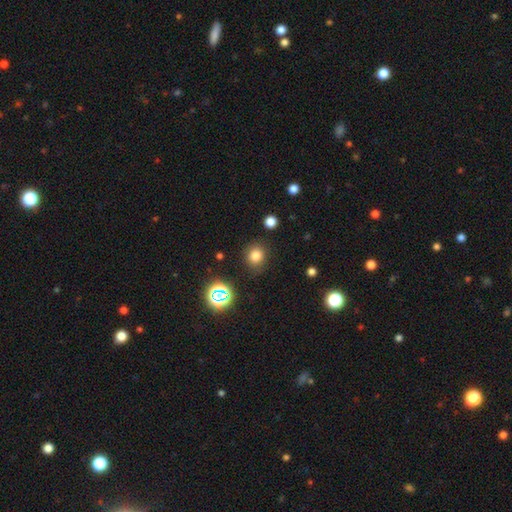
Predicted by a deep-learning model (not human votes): Smooth or featured?
  - smooth: 77% *
  - star or artifact: 17%
  - featured or disk: 6%
How rounded?
  - round: 82% *
  - in between: 17%
  - cigar-shaped: 1%
Merging?
  - none: 85% *
  - minor disturbance: 10%
  - major disturbance: 3%
  - merger: 2%